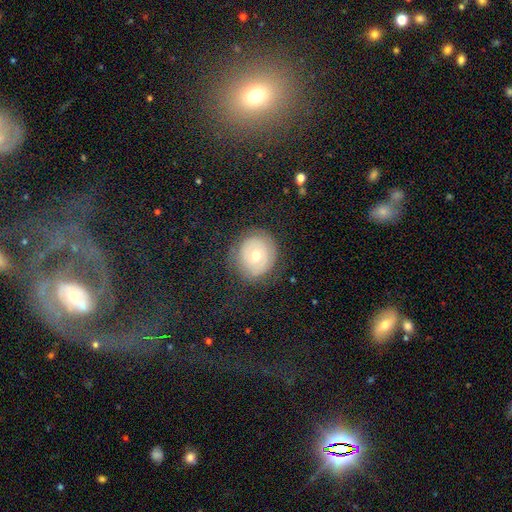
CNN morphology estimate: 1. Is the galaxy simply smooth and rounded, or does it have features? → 47% smooth, 44% featured or disk, 9% star or artifact.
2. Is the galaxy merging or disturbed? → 73% none, 17% minor disturbance, 9% major disturbance, 1% merger.